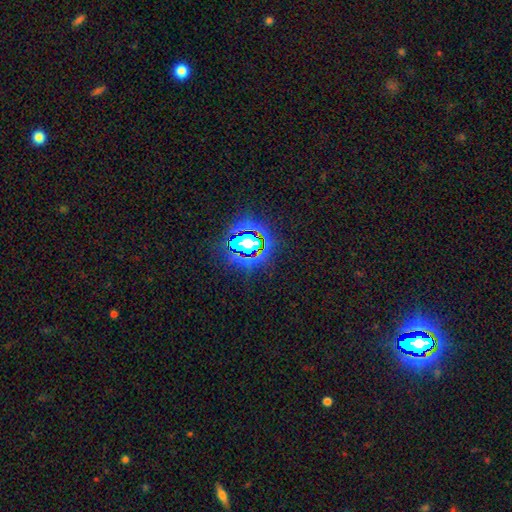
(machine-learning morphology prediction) This is clearly a star or artifact rather than a galaxy (82%).